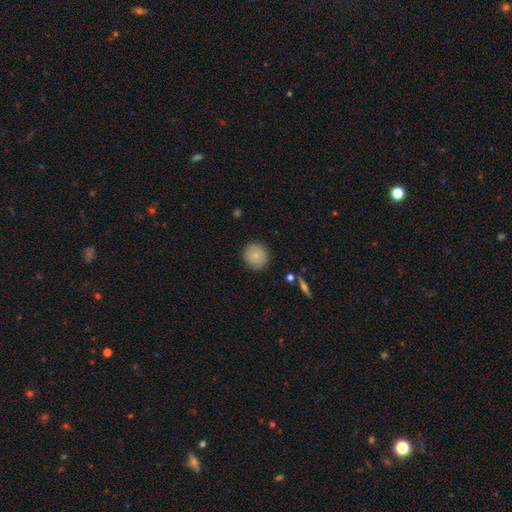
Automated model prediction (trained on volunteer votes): Morphology: type=smooth (82%); roundness=round (91%); merging=none (88%).